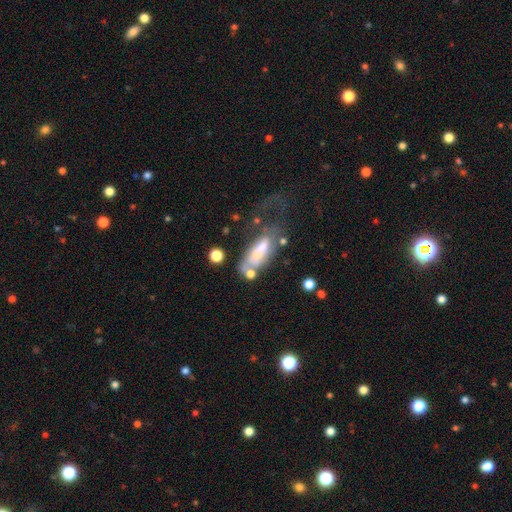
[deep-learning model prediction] smooth_or_featured: smooth (p=0.52) [alt: featured or disk p=0.39]
how_rounded: in between (p=0.70) [alt: cigar-shaped p=0.26]
merging: major disturbance (p=0.39) [alt: none p=0.21]